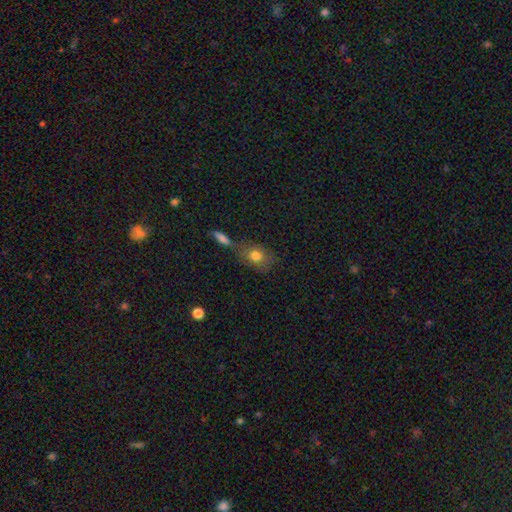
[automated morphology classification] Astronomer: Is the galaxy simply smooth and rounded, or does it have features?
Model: smooth — 77%.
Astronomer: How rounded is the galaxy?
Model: in between — 62%.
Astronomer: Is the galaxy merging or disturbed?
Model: none — 56%.